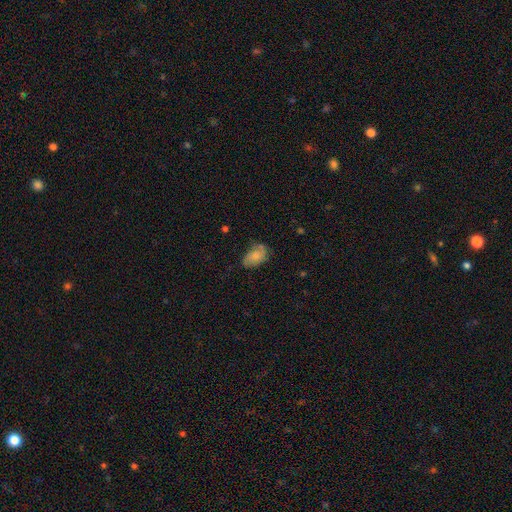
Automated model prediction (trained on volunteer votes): Smooth or featured: smooth — 67% (featured or disk — 25%)
How rounded: in between — 90% (round — 8%)
Merging: none — 57% (minor disturbance — 31%)